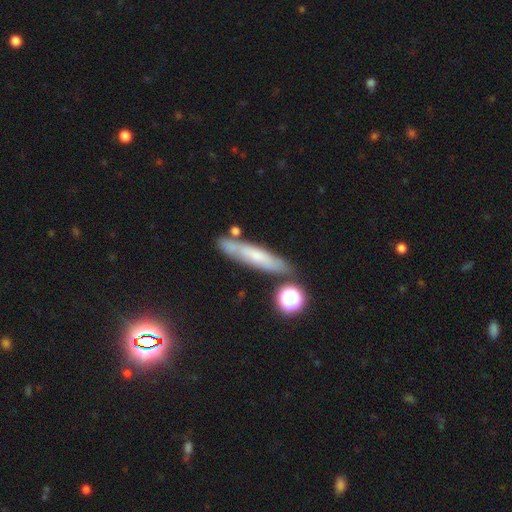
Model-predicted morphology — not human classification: Smooth or featured? smooth (49%)
Merging? none (75%)